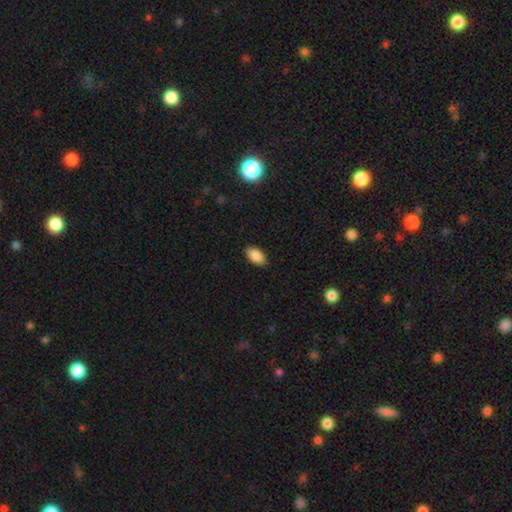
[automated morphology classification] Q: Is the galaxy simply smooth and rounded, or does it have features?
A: smooth — 89%.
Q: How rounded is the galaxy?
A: in between — 94%.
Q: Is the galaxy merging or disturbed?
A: none — 88%.